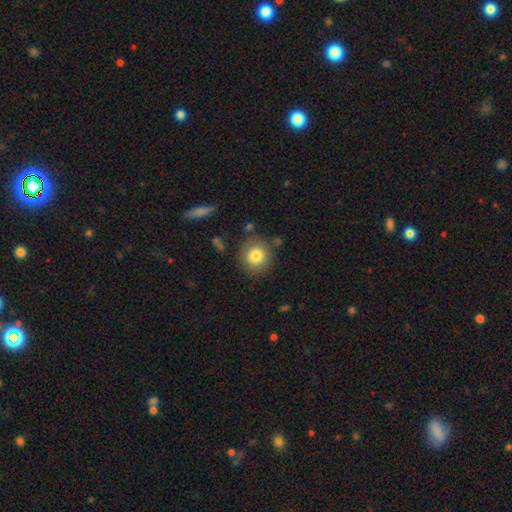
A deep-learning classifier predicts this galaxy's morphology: A smooth galaxy with no disk features (82%) that is round (90%). Merging: none (84%).